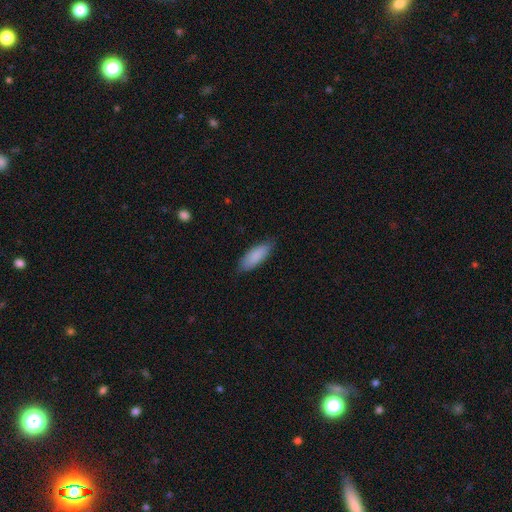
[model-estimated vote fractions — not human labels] Smooth or featured? Predicted: smooth (p=0.88). How rounded? Predicted: in between (p=0.68). Merging? Predicted: none (p=0.82).